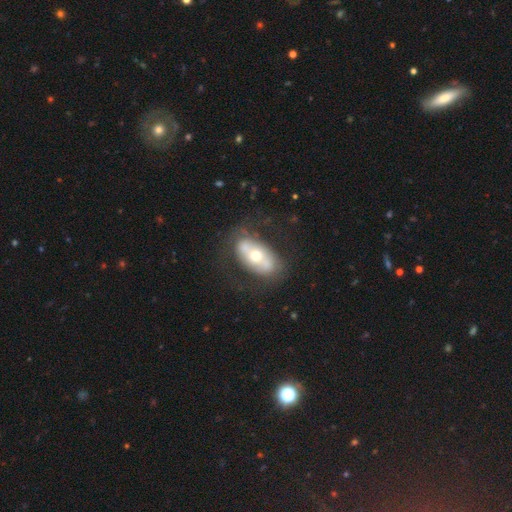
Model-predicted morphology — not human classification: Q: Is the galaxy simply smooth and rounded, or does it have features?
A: featured or disk — 55%.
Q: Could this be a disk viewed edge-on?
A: no — 88%.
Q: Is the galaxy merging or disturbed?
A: none — 69%.